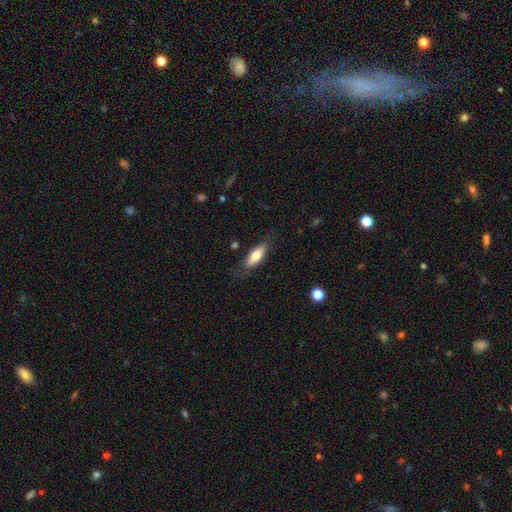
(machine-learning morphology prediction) Smooth or featured?
  - smooth: 77% *
  - featured or disk: 17%
  - star or artifact: 6%
How rounded?
  - in between: 68% *
  - cigar-shaped: 30%
  - round: 2%
Merging?
  - none: 77% *
  - minor disturbance: 16%
  - major disturbance: 5%
  - merger: 1%